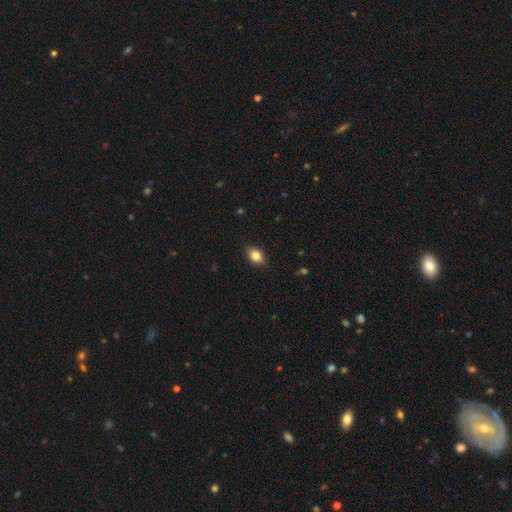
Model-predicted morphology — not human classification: This appears to be a smooth galaxy with no disk features (82%) that is in between round and cigar-shaped (71%). Merging: none (85%).